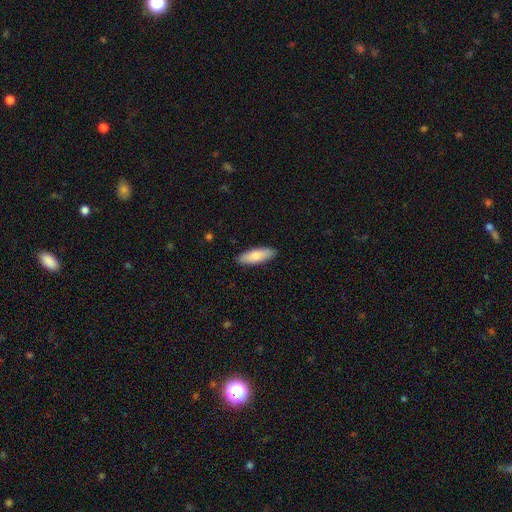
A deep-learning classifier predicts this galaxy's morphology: A smooth galaxy with no disk features (82%) that is in between round and cigar-shaped (62%).

Vote fractions:
- Smooth or featured? smooth: 82% / featured or disk: 13% / star or artifact: 5%
- How rounded? in between: 62% / cigar-shaped: 36% / round: 2%
- Merging? none: 89% / minor disturbance: 8% / major disturbance: 2% / merger: 1%